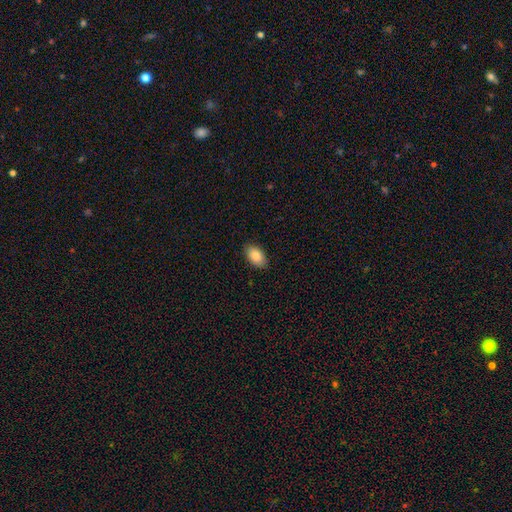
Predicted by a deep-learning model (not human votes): Q: Smooth or featured?
A: smooth (87%); runner-up: star or artifact (7%)
Q: How rounded?
A: in between (93%); runner-up: round (5%)
Q: Merging?
A: none (86%); runner-up: minor disturbance (11%)